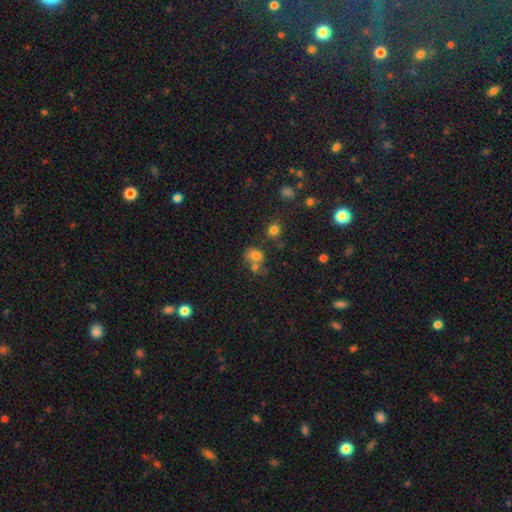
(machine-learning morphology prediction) Smooth or featured? smooth (71%)
How rounded? round (66%)
Merging? merger (43%)